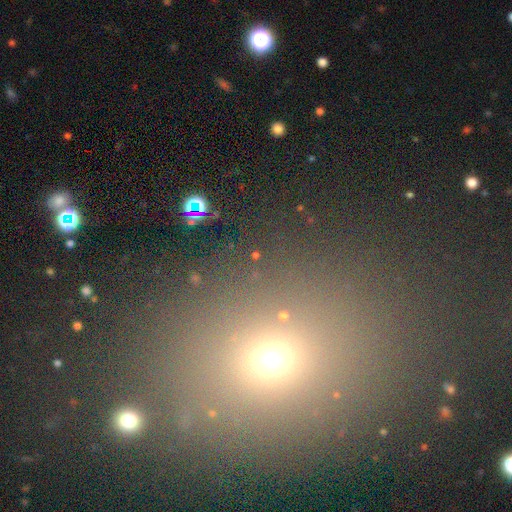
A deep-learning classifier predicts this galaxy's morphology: star or artifact 57%, smooth 31%, featured or disk 11%.